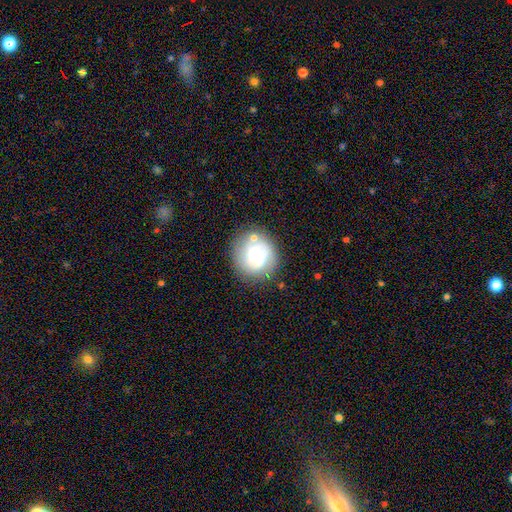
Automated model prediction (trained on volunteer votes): This appears to be a featured or disk galaxy (54%) with no bar (61%), spiral arms (78%) and a moderate central bulge (53%). Merging: none (69%).